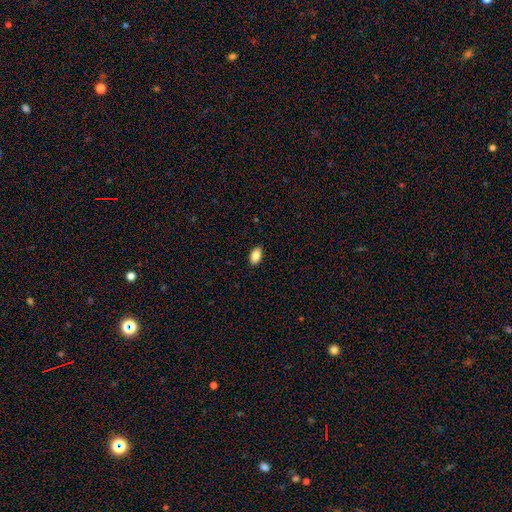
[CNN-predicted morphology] Q: Smooth or featured?
A: smooth (88%); runner-up: star or artifact (8%)
Q: How rounded?
A: in between (92%); runner-up: round (6%)
Q: Merging?
A: none (89%); runner-up: minor disturbance (8%)